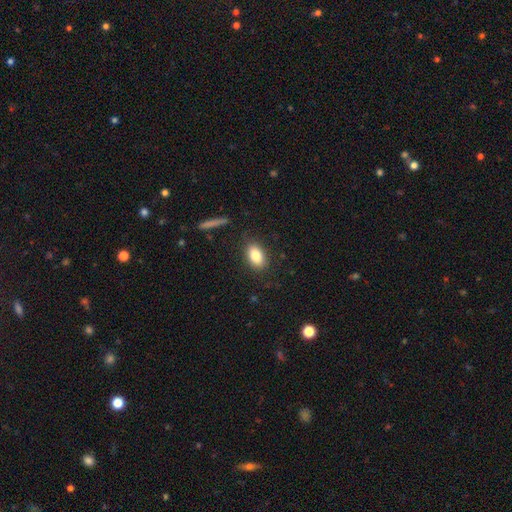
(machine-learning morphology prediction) Overall: smooth (82%). How rounded: in between (86%). Merging: none (84%).